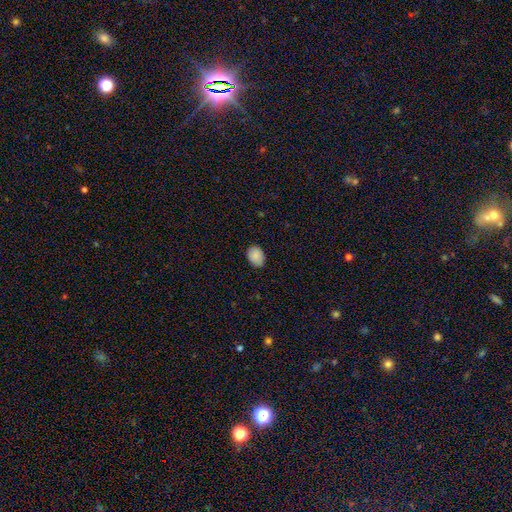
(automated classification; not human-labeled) Smooth or featured: smooth — 89% (star or artifact — 8%)
How rounded: in between — 70% (round — 29%)
Merging: none — 83% (minor disturbance — 13%)